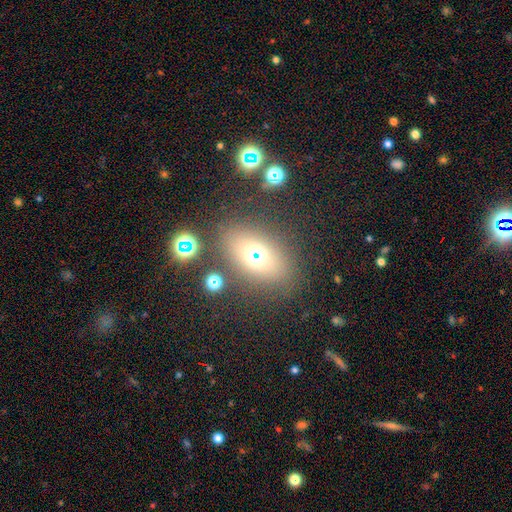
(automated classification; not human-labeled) Overall: smooth (57%; star or artifact 28%). How rounded: in between (65%; round 33%). Merging: none (77%).